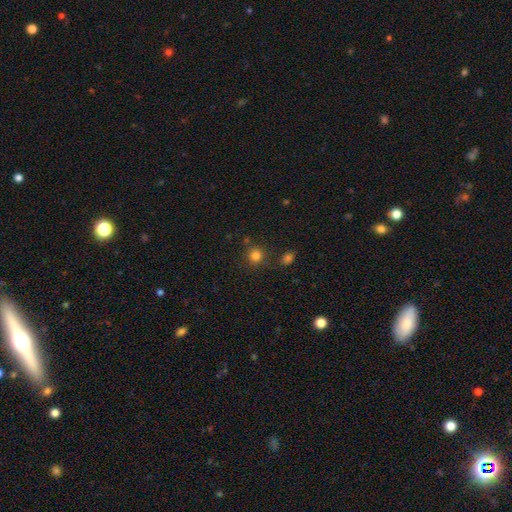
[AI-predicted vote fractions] This is clearly a smooth galaxy (80%). How rounded: clearly round (92%). Merging: clearly none (82%).